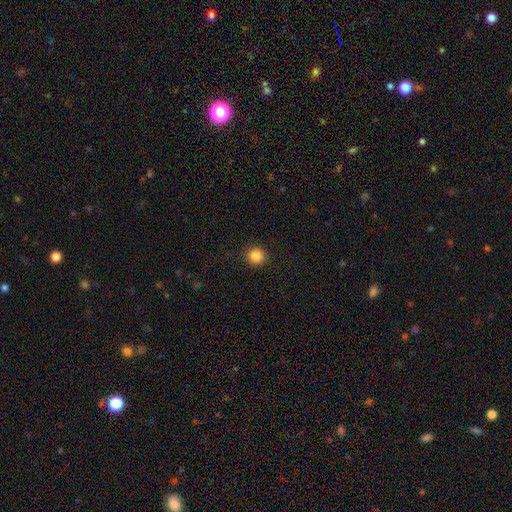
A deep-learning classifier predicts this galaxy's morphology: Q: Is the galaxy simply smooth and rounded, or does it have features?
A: smooth — 86%.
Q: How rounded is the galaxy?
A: round — 92%.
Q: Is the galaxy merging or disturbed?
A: none — 91%.